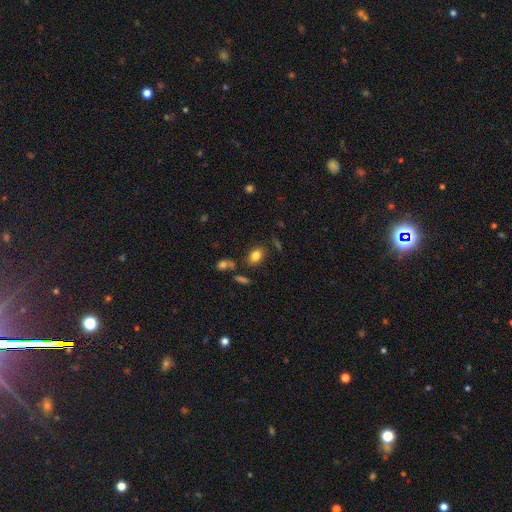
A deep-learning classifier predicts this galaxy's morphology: Q: Smooth or featured?
A: smooth (82%); runner-up: star or artifact (10%)
Q: How rounded?
A: in between (77%); runner-up: round (21%)
Q: Merging?
A: none (78%); runner-up: minor disturbance (12%)